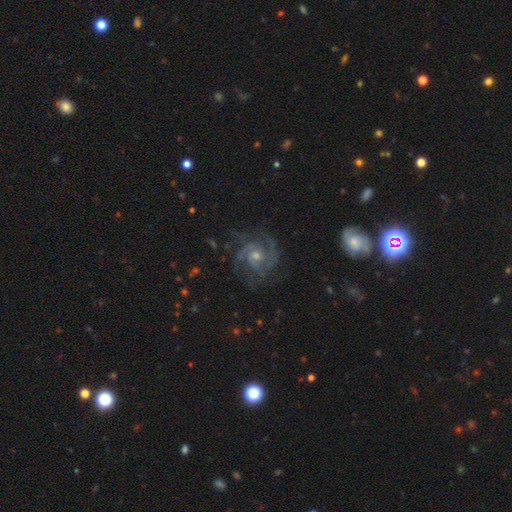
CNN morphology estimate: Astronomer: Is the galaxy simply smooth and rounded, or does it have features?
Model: featured or disk — 86%.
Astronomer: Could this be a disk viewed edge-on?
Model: no — 98%.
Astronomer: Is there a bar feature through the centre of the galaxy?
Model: no — 71%.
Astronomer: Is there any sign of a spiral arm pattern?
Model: yes — 97%.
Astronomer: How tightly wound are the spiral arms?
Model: tight — 49% (runner-up: medium, 42%).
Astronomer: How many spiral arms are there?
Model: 3 — 38% (runner-up: 2, 18%).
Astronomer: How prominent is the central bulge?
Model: small — 47%, tied with moderate at 47%.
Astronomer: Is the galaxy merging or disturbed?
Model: none — 75%.